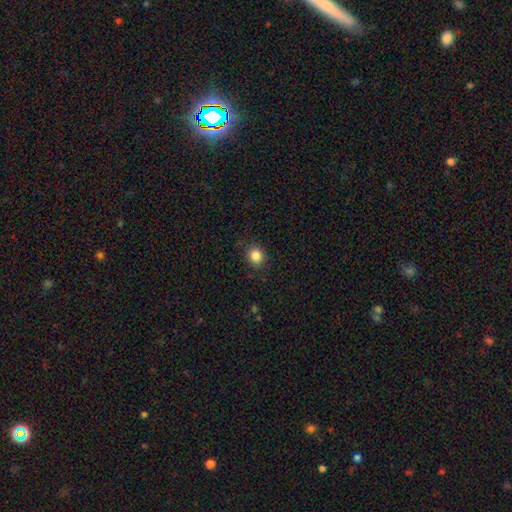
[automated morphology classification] type=smooth (85%); roundness=round (77%); merging=none (86%).